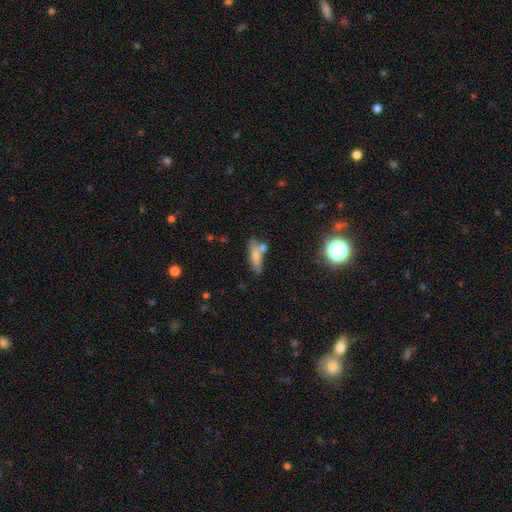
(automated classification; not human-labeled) A smooth galaxy with no disk features (72%) that is cigar-shaped (51%).

Vote fractions:
- Smooth or featured? smooth: 72% / featured or disk: 19% / star or artifact: 10%
- How rounded? cigar-shaped: 51% / in between: 46% / round: 3%
- Merging? none: 55% / merger: 23% / minor disturbance: 16% / major disturbance: 6%